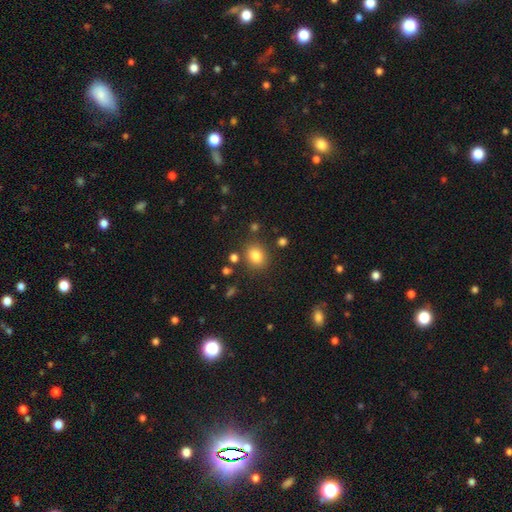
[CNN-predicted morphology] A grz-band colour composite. It shows a smooth galaxy with no disk features (82%) that is round (61%). Merging: none (82%).